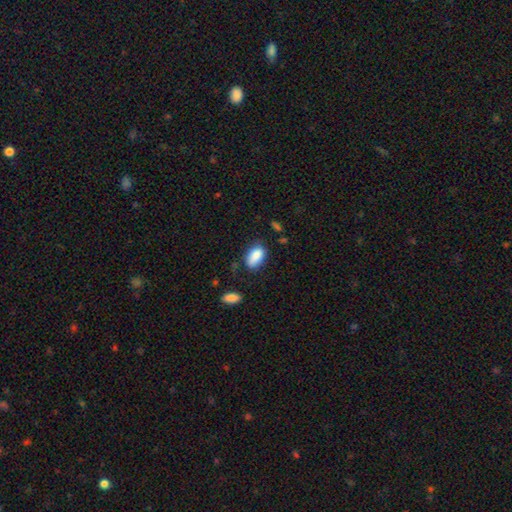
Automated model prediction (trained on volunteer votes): A smooth galaxy with no disk features (86%) that is in between round and cigar-shaped (91%). Merging: none (68%).